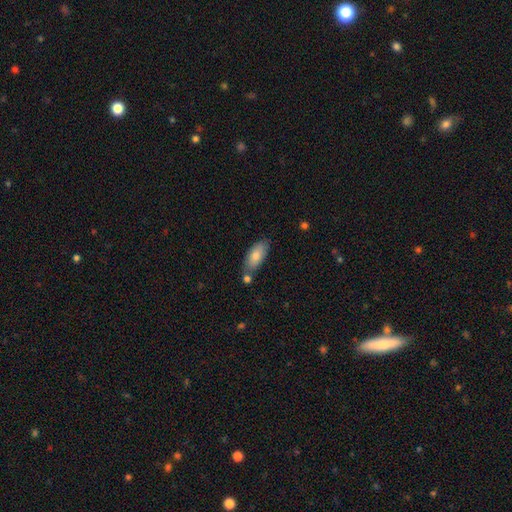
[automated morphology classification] The model was most divided on "merging": none: 65%, minor disturbance: 17%, merger: 14%, major disturbance: 4%. More confident: how rounded — in between (87%); smooth or featured — smooth (79%).